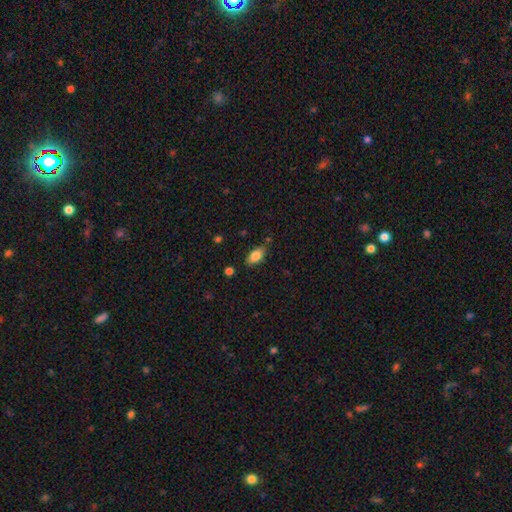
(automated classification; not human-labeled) This appears to be a smooth galaxy with no disk features (83%) that is in between round and cigar-shaped (90%). Merging: none (76%).